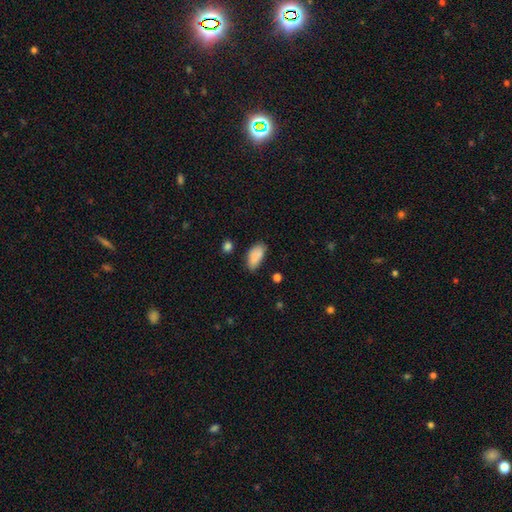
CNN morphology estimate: smooth_or_featured: smooth (p=0.87) [alt: star or artifact p=0.07]
how_rounded: in between (p=0.92) [alt: cigar-shaped p=0.05]
merging: none (p=0.69) [alt: minor disturbance p=0.23]